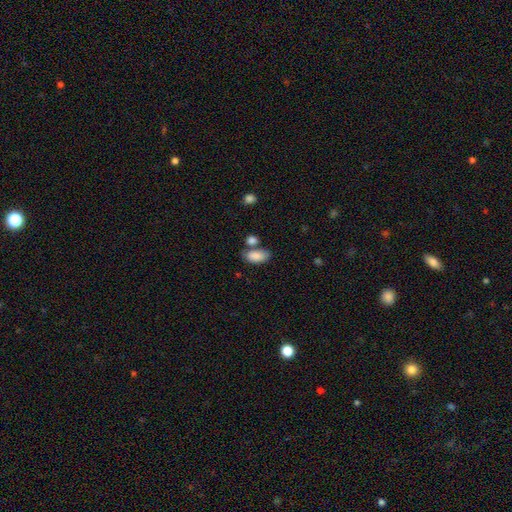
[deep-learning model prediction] smooth 86%, star or artifact 7%, featured or disk 6%. Down the decision tree: how rounded — in between (93%); merging — none (52%).